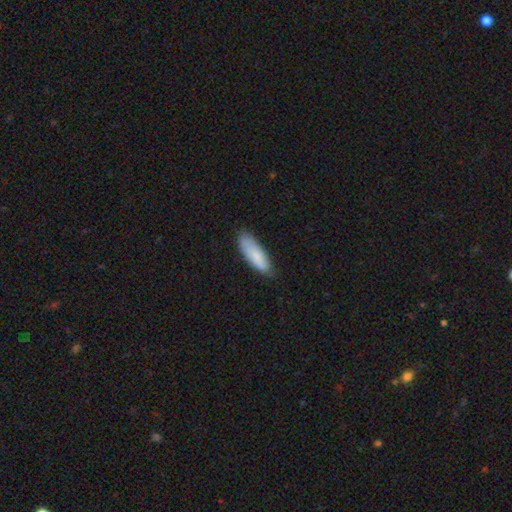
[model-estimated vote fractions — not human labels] Smooth or featured?
  - smooth: 83% *
  - featured or disk: 11%
  - star or artifact: 6%
How rounded?
  - in between: 54% *
  - cigar-shaped: 44%
  - round: 1%
Merging?
  - none: 75% *
  - minor disturbance: 21%
  - major disturbance: 3%
  - merger: 1%